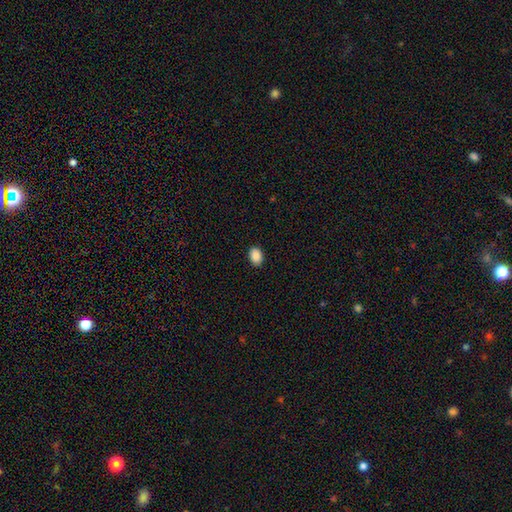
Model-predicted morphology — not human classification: smooth-or-featured: smooth: 90% | star or artifact: 8% | featured or disk: 3%
  how-rounded: in between: 79% | round: 20% | cigar-shaped: 1%
  merging: none: 89% | minor disturbance: 8% | major disturbance: 2% | merger: 1%